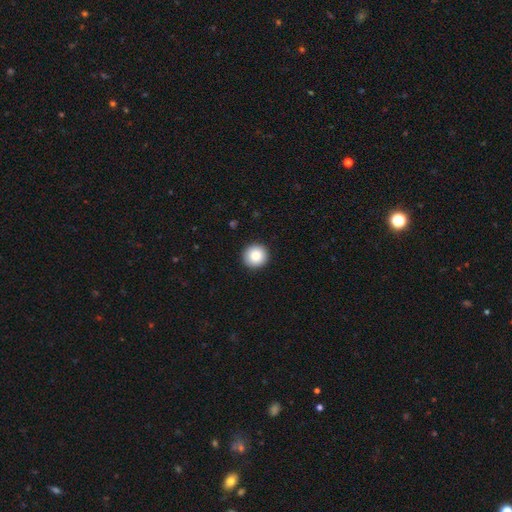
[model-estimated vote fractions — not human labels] This is clearly a smooth galaxy (87%). How rounded: clearly round (95%). Merging: clearly none (93%).